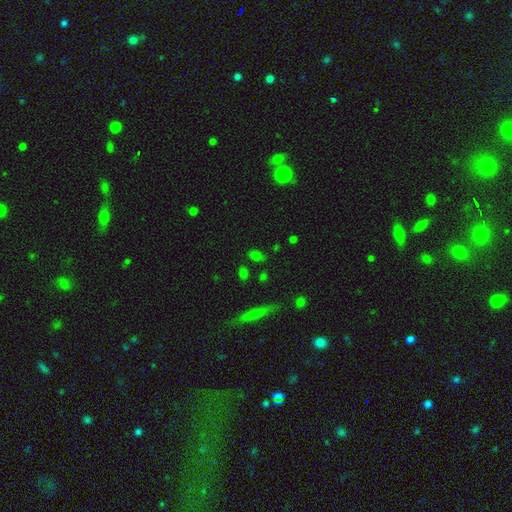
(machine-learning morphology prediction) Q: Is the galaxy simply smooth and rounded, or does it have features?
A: smooth — 66%.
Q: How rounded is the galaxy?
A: in between — 74%.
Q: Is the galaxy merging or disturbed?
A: none — 76%.